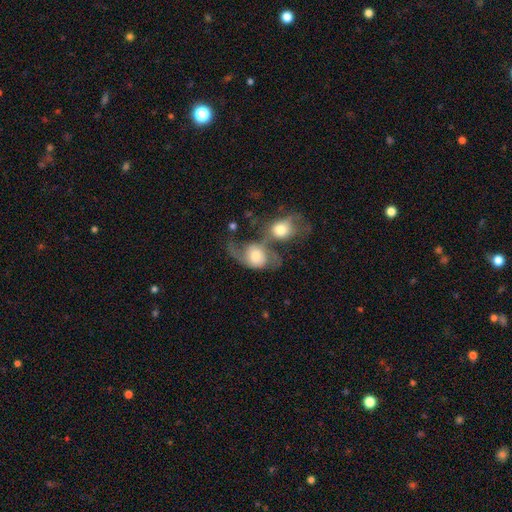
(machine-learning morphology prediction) smooth_or_featured: featured or disk (p=0.52) [alt: smooth p=0.40]
disk_edge_on: no (p=0.96) [alt: yes p=0.04]
merging: merger (p=0.62) [alt: major disturbance p=0.16]